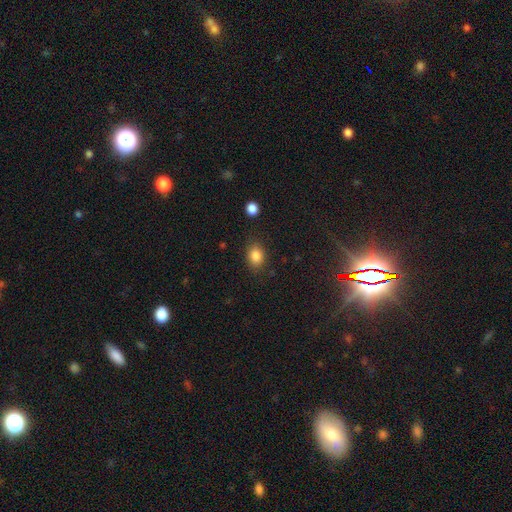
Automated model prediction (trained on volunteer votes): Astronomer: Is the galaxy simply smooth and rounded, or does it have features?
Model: smooth — 84%.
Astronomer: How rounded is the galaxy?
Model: in between — 60% (runner-up: round, 39%).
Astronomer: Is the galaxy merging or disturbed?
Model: none — 81%.